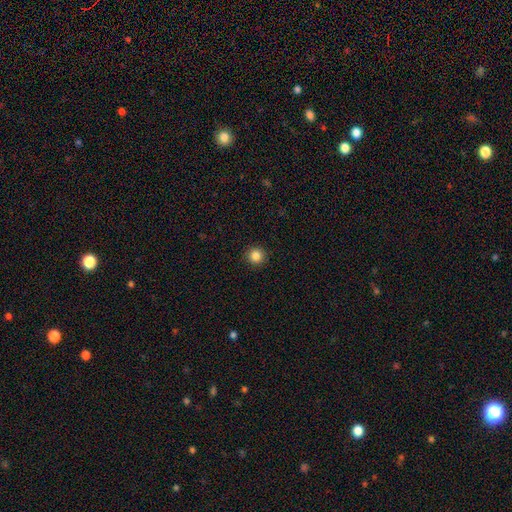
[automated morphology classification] type=smooth (85%); roundness=round (95%); merging=none (92%).